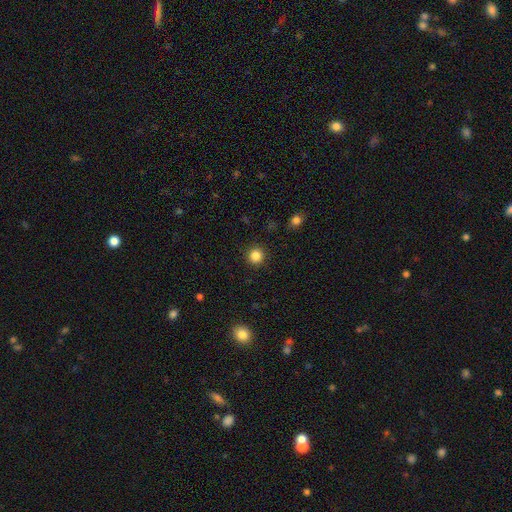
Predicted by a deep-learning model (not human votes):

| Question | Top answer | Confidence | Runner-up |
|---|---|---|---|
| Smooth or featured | smooth | 85% | star or artifact (11%) |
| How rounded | round | 94% | in between (6%) |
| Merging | none | 91% | minor disturbance (5%) |